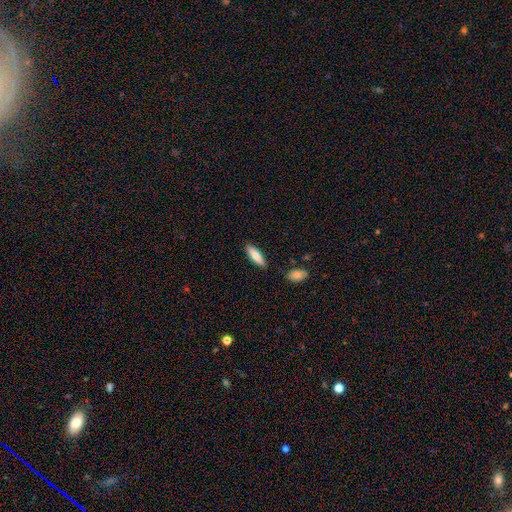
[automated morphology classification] Smooth or featured? smooth (72%)
How rounded? cigar-shaped (53%)
Merging? none (86%)